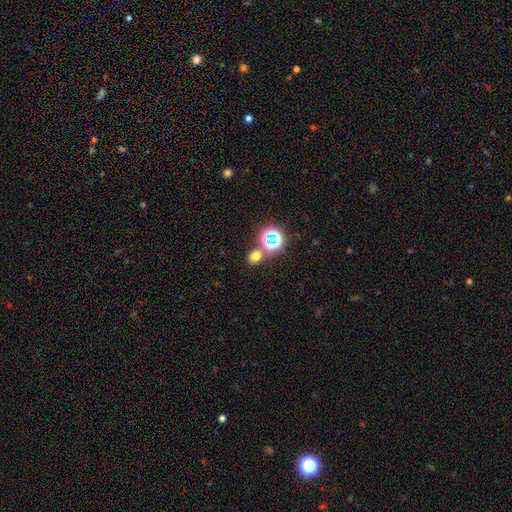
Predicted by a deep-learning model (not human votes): smooth 65%, star or artifact 29%, featured or disk 7%. Down the decision tree: how rounded — round (61%); merging — none (74%).